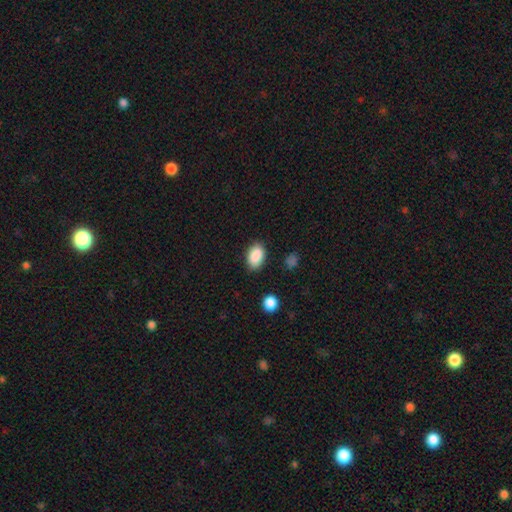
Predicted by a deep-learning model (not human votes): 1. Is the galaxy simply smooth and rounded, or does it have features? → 89% smooth, 7% star or artifact, 4% featured or disk.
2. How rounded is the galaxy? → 90% in between, 8% round, 1% cigar-shaped.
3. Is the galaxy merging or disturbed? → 85% none, 11% minor disturbance, 3% major disturbance, 2% merger.